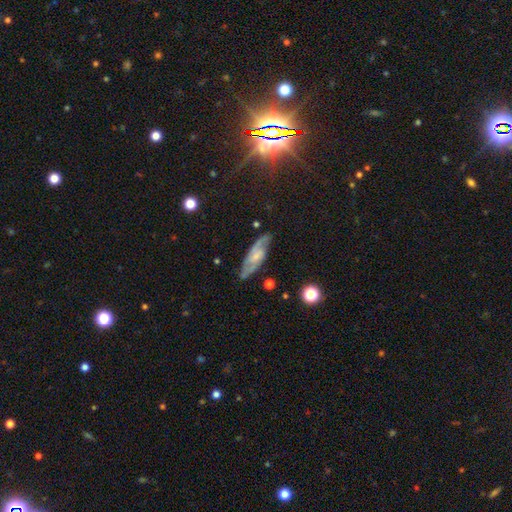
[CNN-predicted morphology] type=featured or disk (70%); edge-on=no (82%); bar=no (47%); spiral arms=yes (89%); winding=medium (49%); arm count=2 (77%); bulge=small (48%); merging=none (76%).